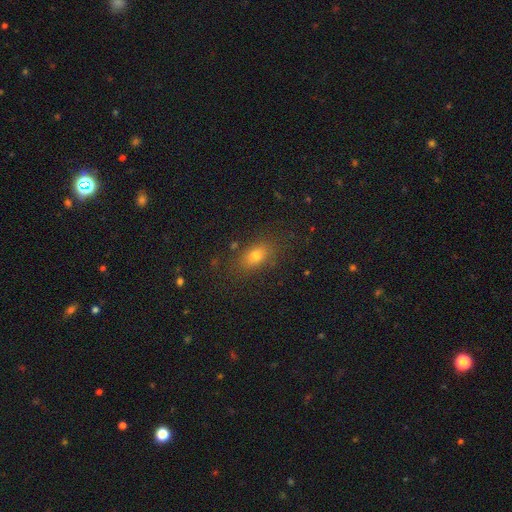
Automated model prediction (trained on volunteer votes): Q: Smooth or featured?
A: smooth (75%); runner-up: star or artifact (13%)
Q: How rounded?
A: in between (77%); runner-up: round (18%)
Q: Merging?
A: none (81%); runner-up: minor disturbance (12%)